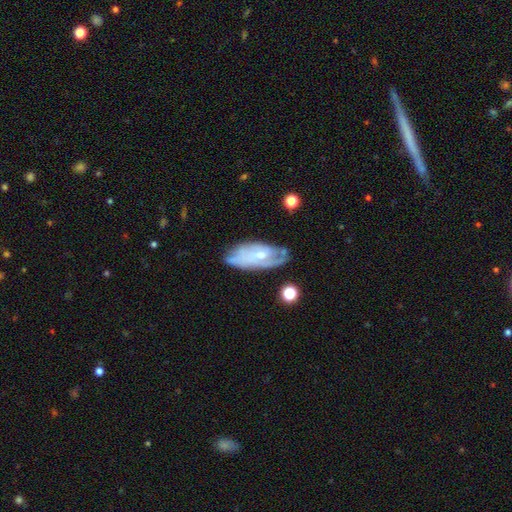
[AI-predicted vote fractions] This is likely a featured or disk galaxy (70%). It is clearly not viewed edge-on (88%). Bar: possibly no (57%). Spiral arm pattern: clearly yes (81%). Central bulge: likely small (62%). Merging: possibly none (60%).